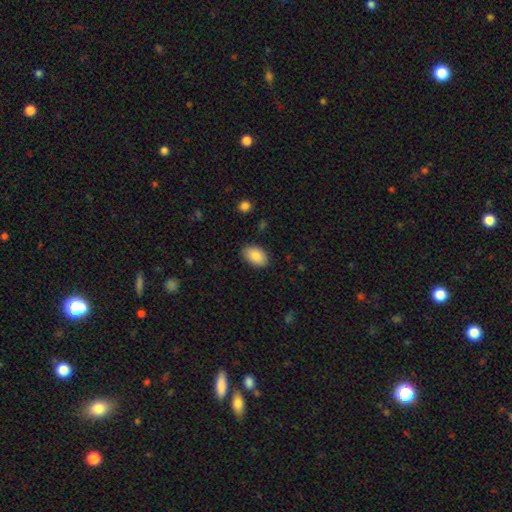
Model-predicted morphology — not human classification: This appears to be a smooth galaxy with no disk features (87%) that is in between round and cigar-shaped (91%). Merging: none (86%).